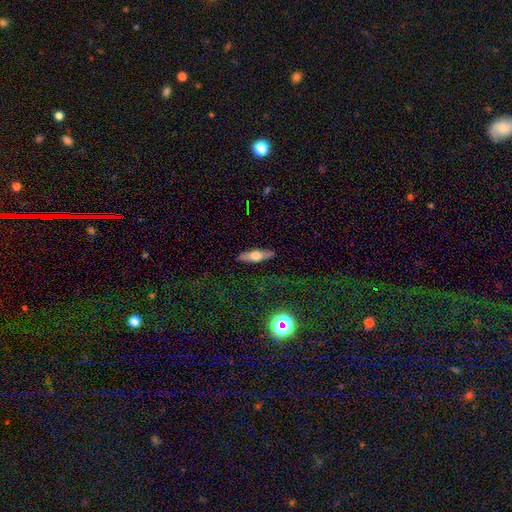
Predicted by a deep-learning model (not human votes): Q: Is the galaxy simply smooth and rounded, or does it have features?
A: smooth — 54%.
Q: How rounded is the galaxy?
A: cigar-shaped — 54%.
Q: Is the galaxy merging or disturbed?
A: none — 86%.